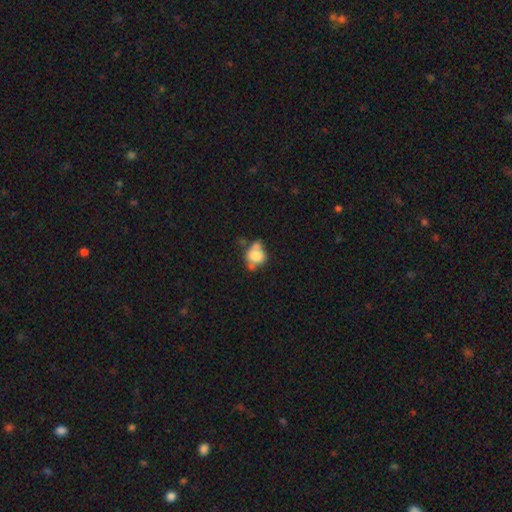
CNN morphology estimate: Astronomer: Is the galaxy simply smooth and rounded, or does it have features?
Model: smooth — 67%.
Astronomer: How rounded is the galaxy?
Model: round — 60% (runner-up: in between, 39%).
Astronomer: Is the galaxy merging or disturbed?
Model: none — 40% (runner-up: merger, 27%).